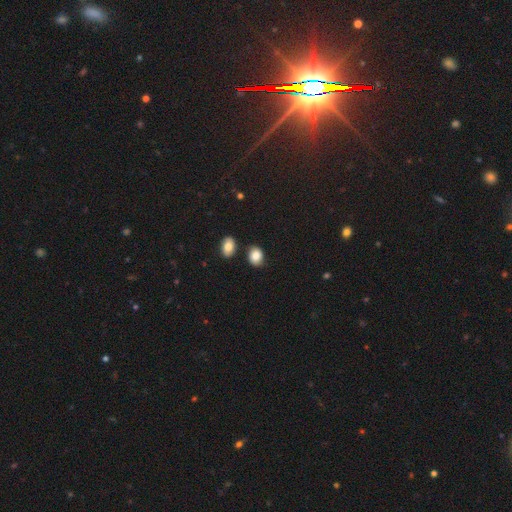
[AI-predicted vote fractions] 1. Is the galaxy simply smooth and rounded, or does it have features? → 86% smooth, 8% star or artifact, 6% featured or disk.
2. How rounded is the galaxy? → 63% in between, 36% round, 1% cigar-shaped.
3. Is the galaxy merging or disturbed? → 79% none, 11% minor disturbance, 7% merger, 3% major disturbance.